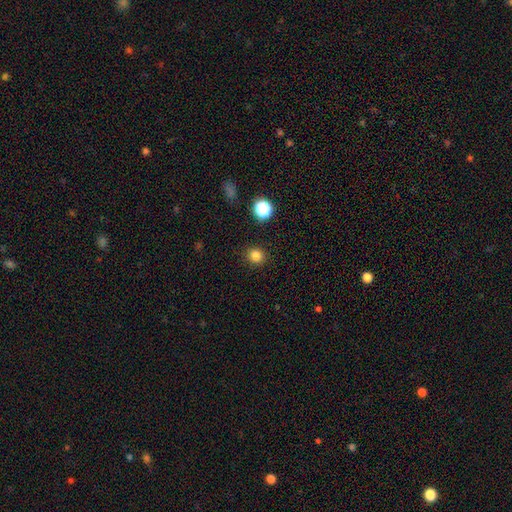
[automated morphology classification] Q: Smooth or featured?
A: smooth (82%); runner-up: star or artifact (14%)
Q: How rounded?
A: round (85%); runner-up: in between (14%)
Q: Merging?
A: none (90%); runner-up: minor disturbance (7%)